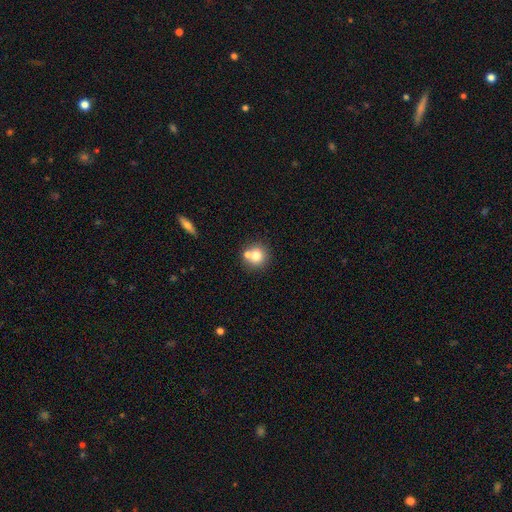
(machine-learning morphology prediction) Smooth or featured: smooth — 74% (featured or disk — 15%)
How rounded: round — 89% (in between — 10%)
Merging: none — 56% (merger — 32%)